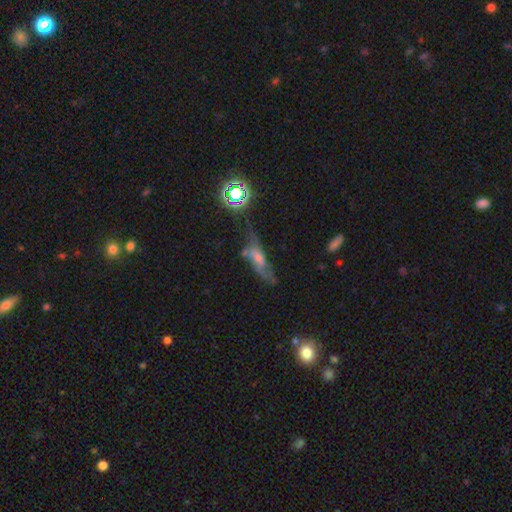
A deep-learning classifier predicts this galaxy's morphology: Overall: featured or disk (52%; smooth 25%). Edge-on disk: no (57%; yes 43%). Merging: none (51%; minor disturbance 24%).